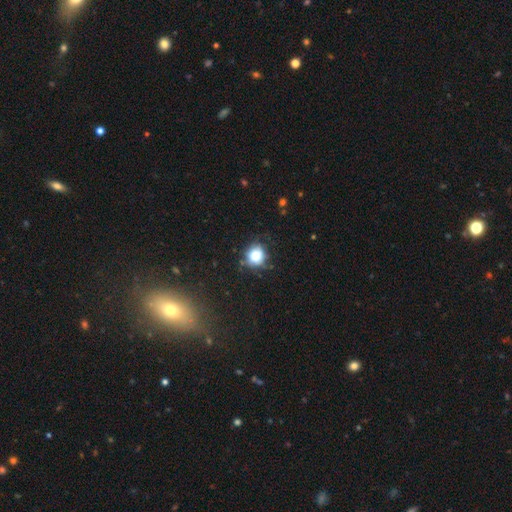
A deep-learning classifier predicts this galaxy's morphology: Smooth or featured? smooth (79%)
How rounded? round (84%)
Merging? none (72%)